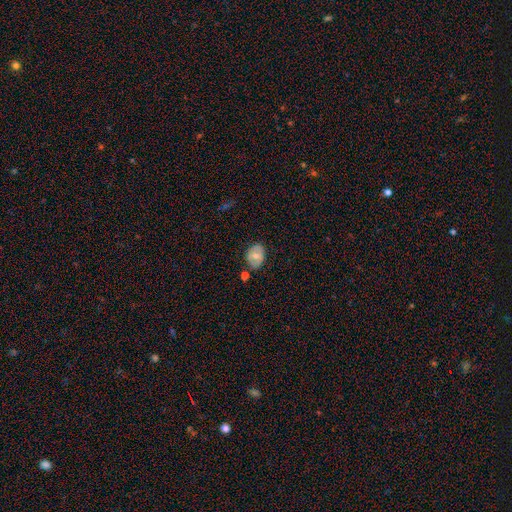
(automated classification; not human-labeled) smooth_or_featured: smooth (p=0.58) [alt: featured or disk p=0.34]
how_rounded: in between (p=0.70) [alt: round p=0.29]
merging: none (p=0.69) [alt: minor disturbance p=0.20]